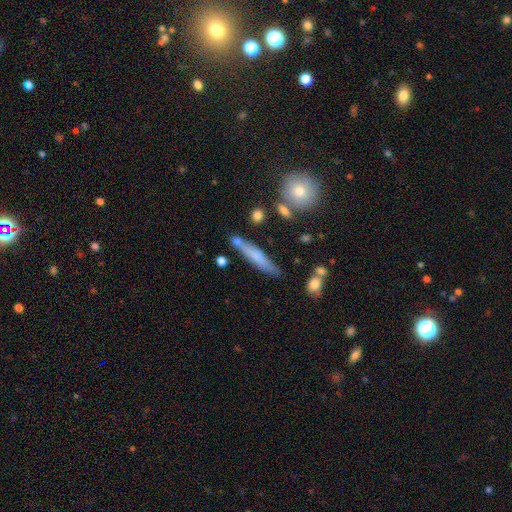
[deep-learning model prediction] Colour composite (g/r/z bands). It shows a smooth galaxy with no disk features (64%) that is cigar-shaped (88%). Merging: none (73%).